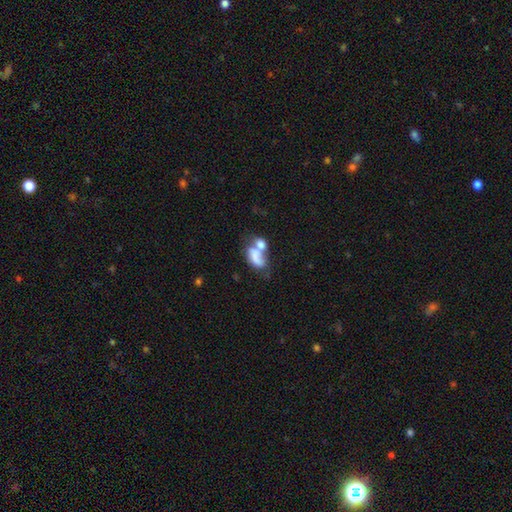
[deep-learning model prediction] The model was most divided on "smooth or featured": smooth: 60%, featured or disk: 30%, star or artifact: 10%. More confident: how rounded — in between (87%); merging — merger (59%).